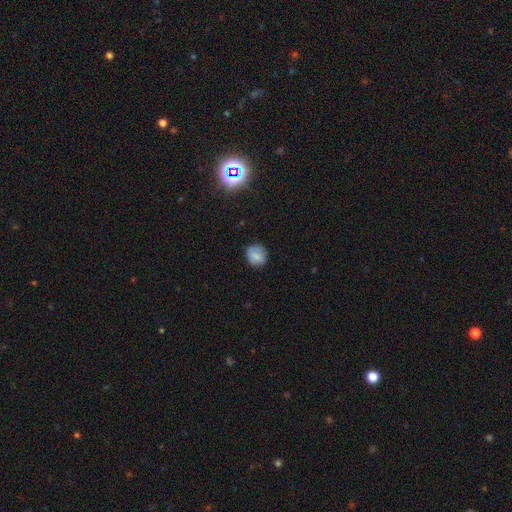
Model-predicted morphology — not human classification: Smooth or featured?
  - smooth: 79% *
  - star or artifact: 10%
  - featured or disk: 10%
How rounded?
  - round: 78% *
  - in between: 21%
  - cigar-shaped: 1%
Merging?
  - none: 82% *
  - minor disturbance: 14%
  - major disturbance: 3%
  - merger: 1%